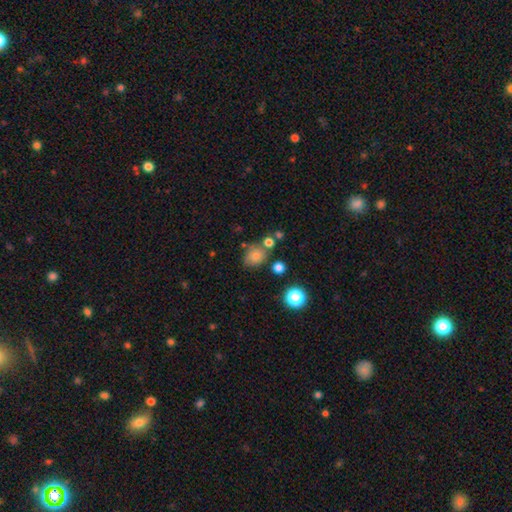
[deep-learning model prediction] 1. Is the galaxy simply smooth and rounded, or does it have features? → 76% smooth, 14% star or artifact, 10% featured or disk.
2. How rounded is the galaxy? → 51% in between, 48% round, 1% cigar-shaped.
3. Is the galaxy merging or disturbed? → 63% none, 17% minor disturbance, 14% merger, 6% major disturbance.